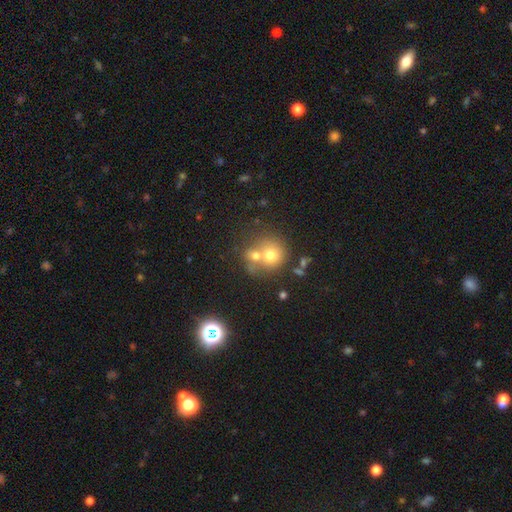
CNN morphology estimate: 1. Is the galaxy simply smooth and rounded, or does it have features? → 68% smooth, 19% featured or disk, 14% star or artifact.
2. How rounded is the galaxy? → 79% round, 20% in between, 1% cigar-shaped.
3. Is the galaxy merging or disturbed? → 56% merger, 32% none, 7% minor disturbance, 4% major disturbance.